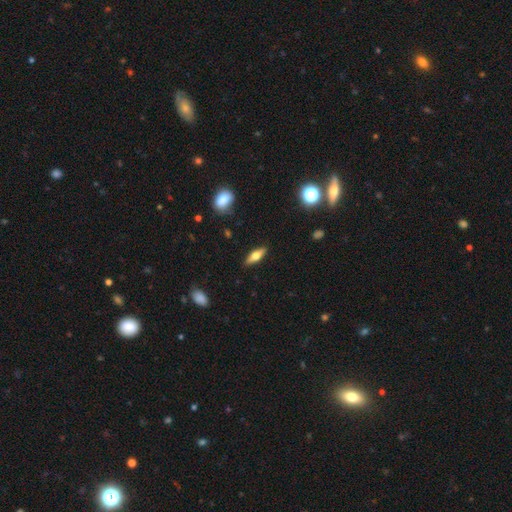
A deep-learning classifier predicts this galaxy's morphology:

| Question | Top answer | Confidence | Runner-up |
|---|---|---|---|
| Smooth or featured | smooth | 49% | featured or disk (44%) |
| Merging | none | 88% | minor disturbance (9%) |